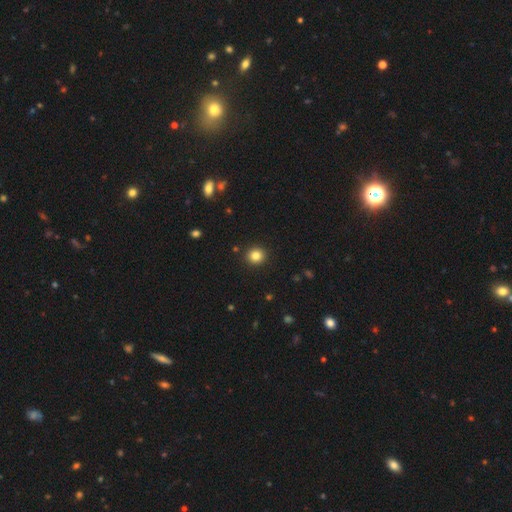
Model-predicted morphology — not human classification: smooth-or-featured: smooth: 84% | star or artifact: 11% | featured or disk: 5%
  how-rounded: round: 89% | in between: 10% | cigar-shaped: 1%
  merging: none: 92% | minor disturbance: 5% | major disturbance: 2% | merger: 1%